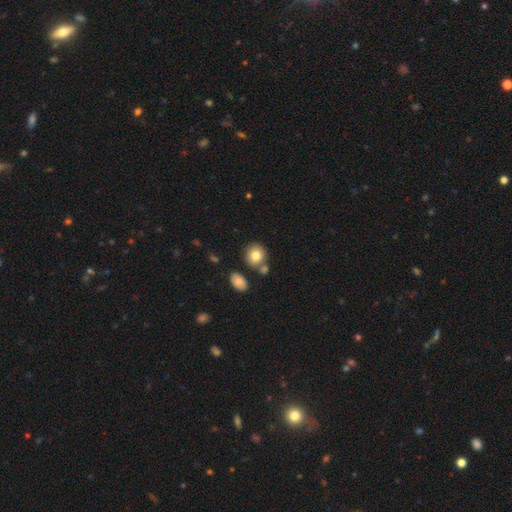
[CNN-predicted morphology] Overall: smooth (79%). How rounded: round (78%). Merging: none (69%).